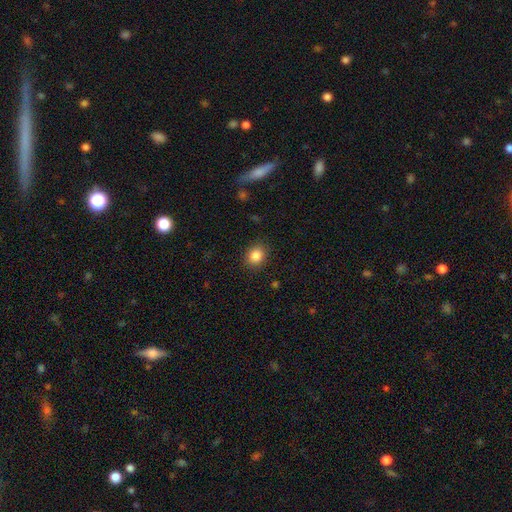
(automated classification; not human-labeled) This appears to be a smooth galaxy with no disk features (85%) that is round (65%). Merging: none (88%).